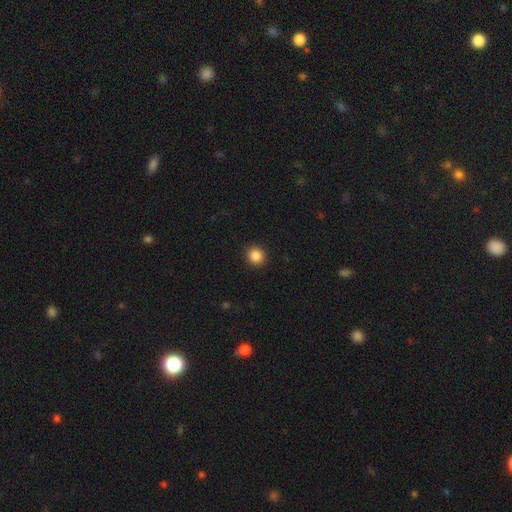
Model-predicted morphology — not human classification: This is clearly a smooth galaxy (87%). How rounded: clearly round (94%). Merging: clearly none (93%).